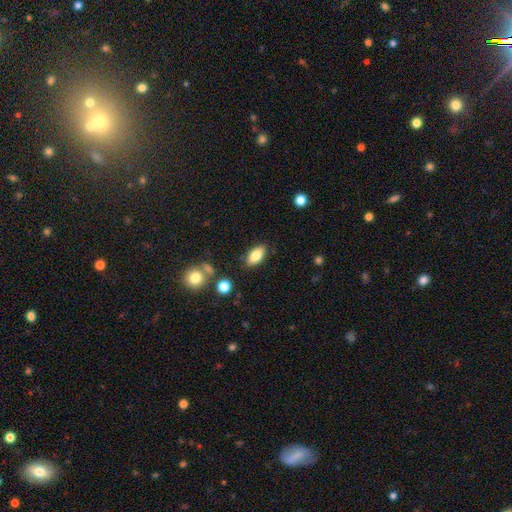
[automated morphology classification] Smooth or featured?
  - smooth: 81% *
  - featured or disk: 12%
  - star or artifact: 8%
How rounded?
  - in between: 89% *
  - cigar-shaped: 7%
  - round: 4%
Merging?
  - none: 84% *
  - minor disturbance: 11%
  - major disturbance: 3%
  - merger: 3%